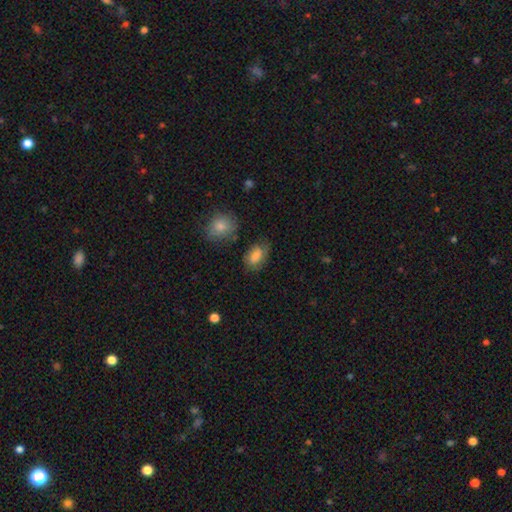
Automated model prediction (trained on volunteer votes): smooth 74%, featured or disk 17%, star or artifact 9%. Down the decision tree: how rounded — in between (87%); merging — none (64%).